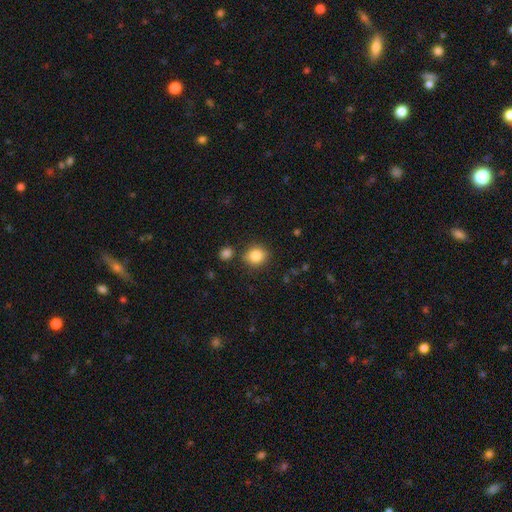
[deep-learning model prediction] Smooth or featured? smooth (85%)
How rounded? round (80%)
Merging? none (81%)